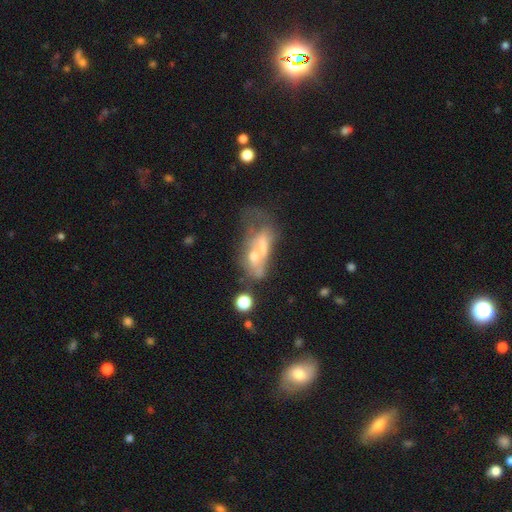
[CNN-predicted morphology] This is possibly a featured or disk galaxy (50%). Merging: possibly merger (51%).